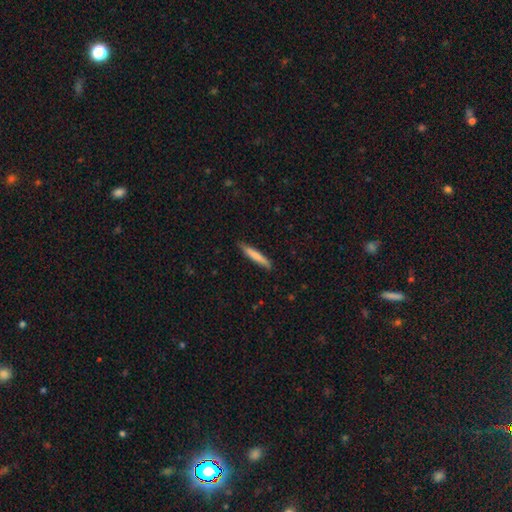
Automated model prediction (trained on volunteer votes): smooth_or_featured: smooth (p=0.75) [alt: featured or disk p=0.20]
how_rounded: cigar-shaped (p=0.93) [alt: in between p=0.05]
merging: none (p=0.87) [alt: minor disturbance p=0.10]